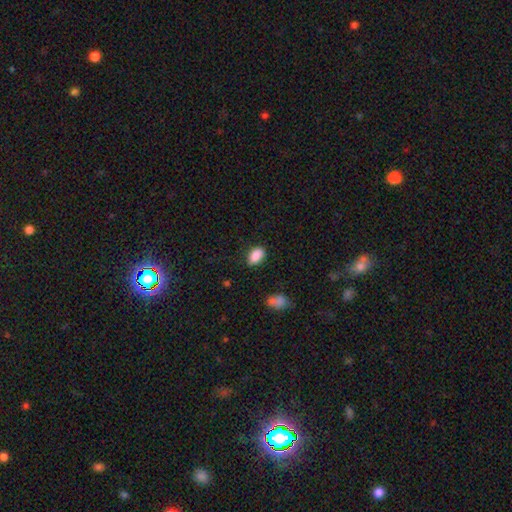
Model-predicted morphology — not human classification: smooth 88%, star or artifact 8%, featured or disk 4%. Down the decision tree: how rounded — in between (89%); merging — none (81%).